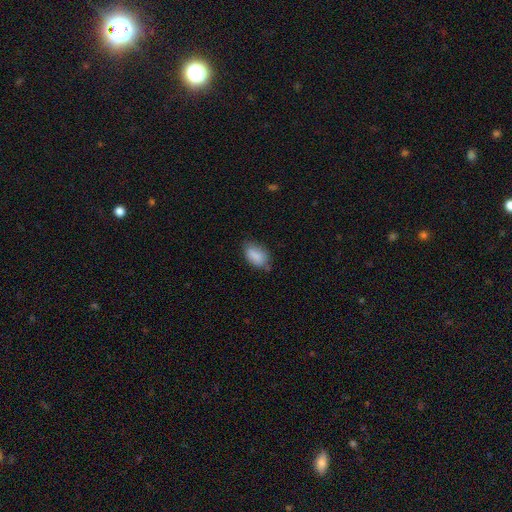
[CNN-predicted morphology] This is clearly a smooth galaxy (85%). How rounded: clearly in between (90%). Merging: likely none (63%).